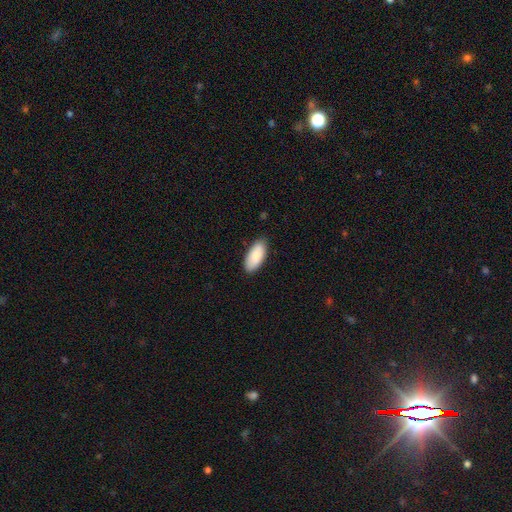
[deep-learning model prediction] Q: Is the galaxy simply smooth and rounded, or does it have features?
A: smooth — 87%.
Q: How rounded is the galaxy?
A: in between — 91%.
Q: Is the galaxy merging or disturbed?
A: none — 85%.